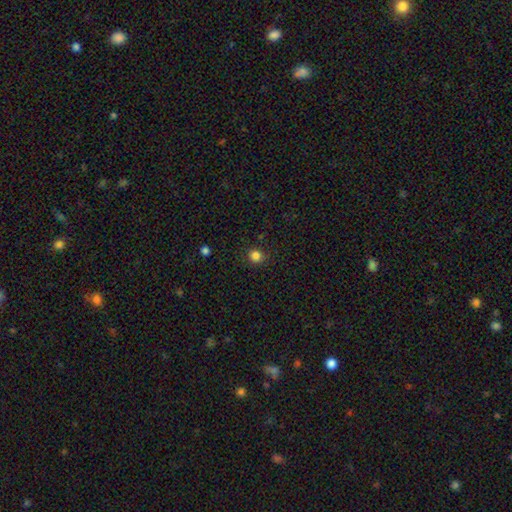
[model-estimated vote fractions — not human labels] smooth_or_featured: smooth (p=0.83) [alt: star or artifact p=0.13]
how_rounded: round (p=0.87) [alt: in between p=0.12]
merging: none (p=0.88) [alt: minor disturbance p=0.08]